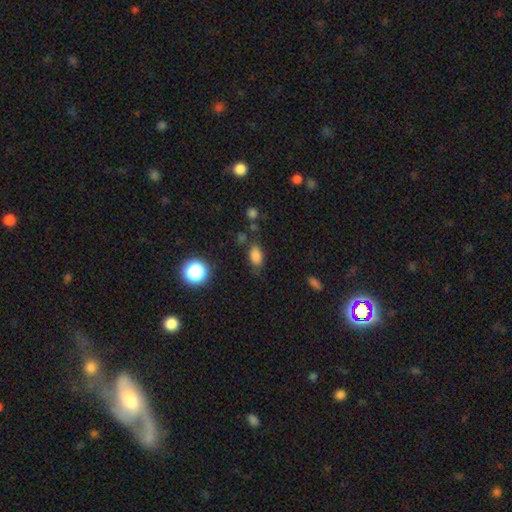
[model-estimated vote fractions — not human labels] Overall: smooth (80%). How rounded: in between (86%). Merging: none (73%).